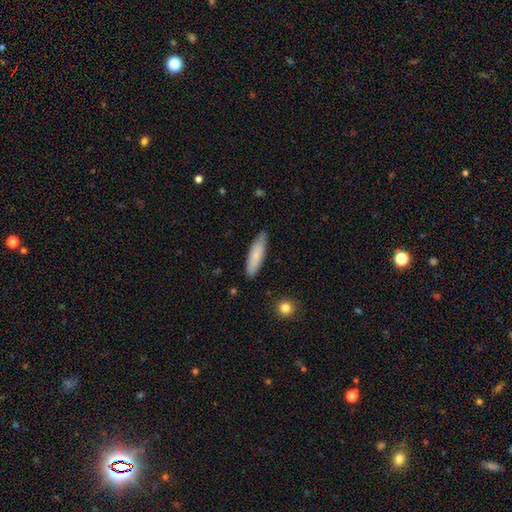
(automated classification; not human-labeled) smooth 79%, featured or disk 15%, star or artifact 6%. Down the decision tree: how rounded — cigar-shaped (62%); merging — none (84%).